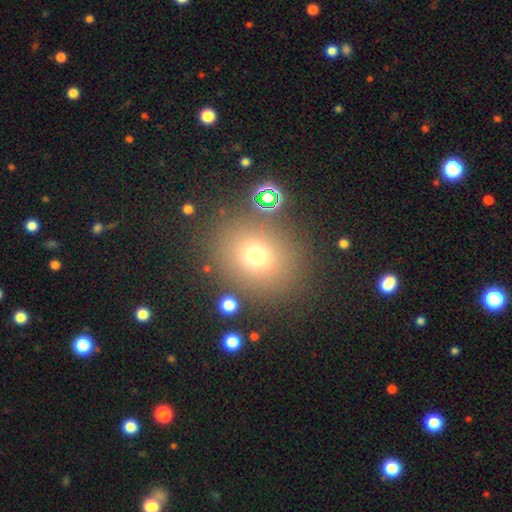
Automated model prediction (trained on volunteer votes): smooth 69%, star or artifact 20%, featured or disk 11%. Down the decision tree: how rounded — round (70%); merging — none (81%).